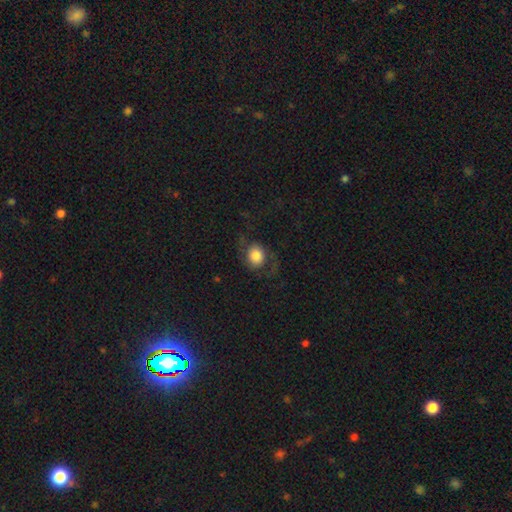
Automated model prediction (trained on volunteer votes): smooth-or-featured: smooth: 54% | featured or disk: 37% | star or artifact: 9%
  how-rounded: round: 68% | in between: 30% | cigar-shaped: 1%
  merging: none: 60% | major disturbance: 22% | minor disturbance: 17% | merger: 2%